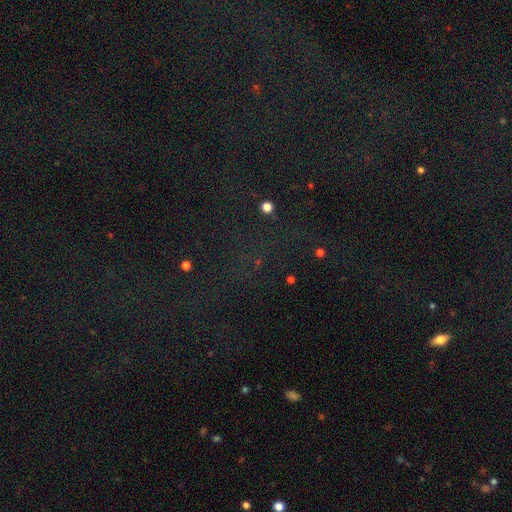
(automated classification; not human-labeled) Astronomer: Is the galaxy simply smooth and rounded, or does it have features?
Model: star or artifact — 79%.